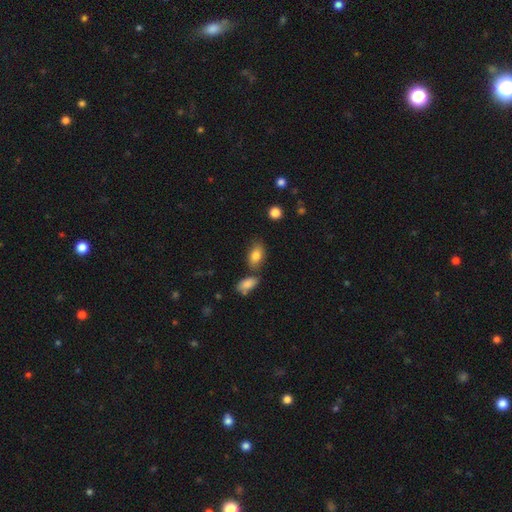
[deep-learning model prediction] Q: Smooth or featured?
A: smooth (82%); runner-up: featured or disk (10%)
Q: How rounded?
A: in between (90%); runner-up: round (8%)
Q: Merging?
A: none (67%); runner-up: minor disturbance (16%)